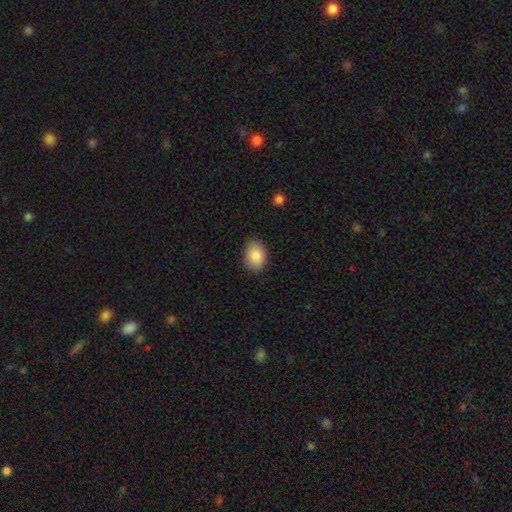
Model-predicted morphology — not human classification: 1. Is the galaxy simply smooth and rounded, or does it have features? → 88% smooth, 7% star or artifact, 4% featured or disk.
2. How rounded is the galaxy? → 78% in between, 21% round, 1% cigar-shaped.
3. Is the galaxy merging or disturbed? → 83% none, 14% minor disturbance, 3% major disturbance, 1% merger.